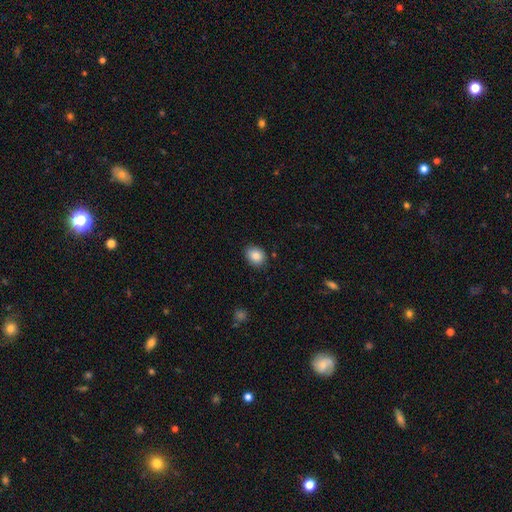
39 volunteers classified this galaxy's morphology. This is clearly a smooth galaxy (85%). How rounded: possibly in between (58%). Merging: clearly none (89%).